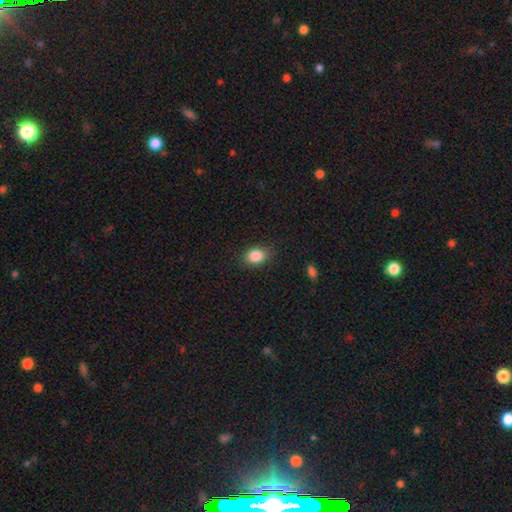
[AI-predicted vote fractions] Morphology: type=smooth (86%); roundness=in between (68%); merging=none (84%).